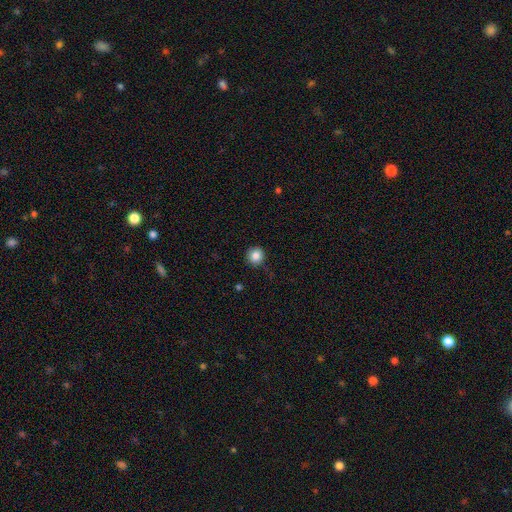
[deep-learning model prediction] This appears to be a smooth galaxy with no disk features (85%) that is round (93%). Merging: none (87%).